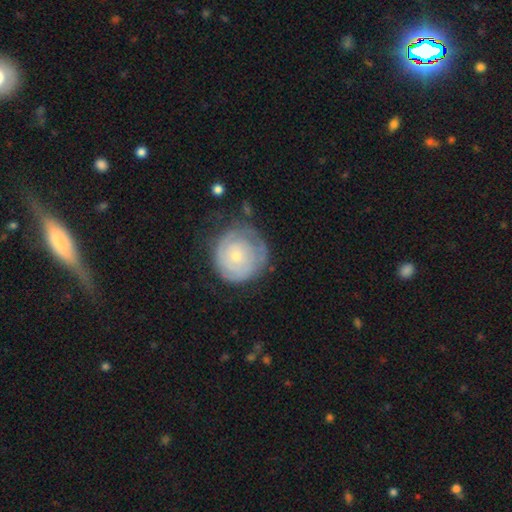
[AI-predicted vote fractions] Smooth or featured: featured or disk — 61% (smooth — 33%)
Edge-on disk: no — 98% (yes — 2%)
Bar: no — 86% (weak — 12%)
Spiral arms: yes — 76% (no — 24%)
Bulge size: small — 70% (moderate — 26%)
Merging: none — 63% (minor disturbance — 24%)